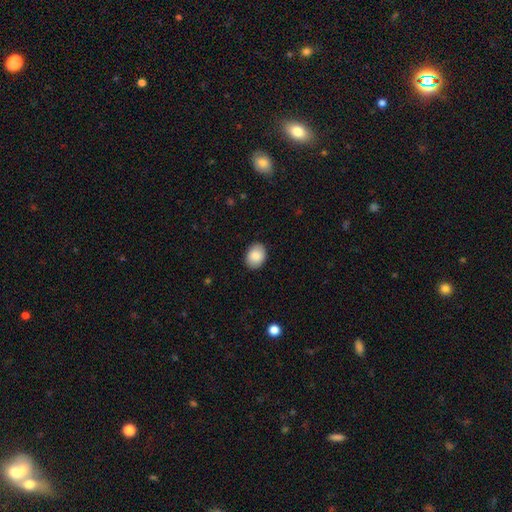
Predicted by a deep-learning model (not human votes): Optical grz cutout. It shows a smooth galaxy with no disk features (88%) that is in between round and cigar-shaped (68%). Merging: none (89%).